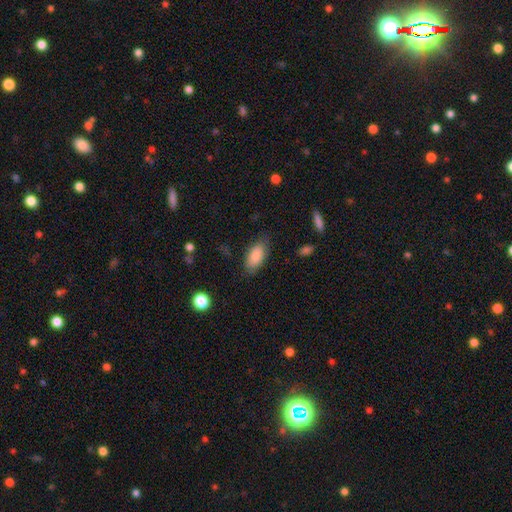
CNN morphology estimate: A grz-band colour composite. It shows a smooth galaxy with no disk features (86%) that is in between round and cigar-shaped (89%). Merging: none (80%).